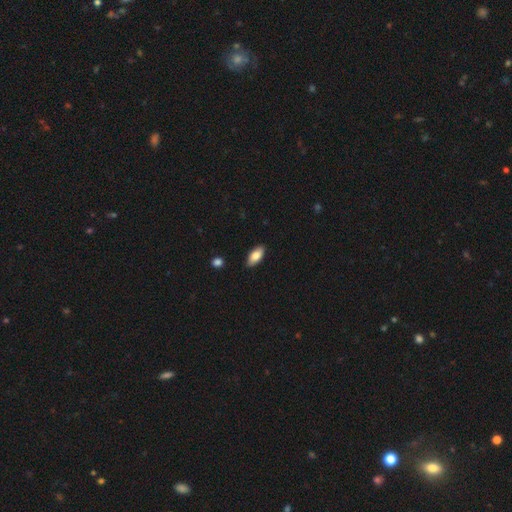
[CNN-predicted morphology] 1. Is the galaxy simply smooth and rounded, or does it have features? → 82% smooth, 11% featured or disk, 6% star or artifact.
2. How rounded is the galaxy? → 90% in between, 8% cigar-shaped, 2% round.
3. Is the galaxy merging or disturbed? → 87% none, 10% minor disturbance, 2% major disturbance, 1% merger.